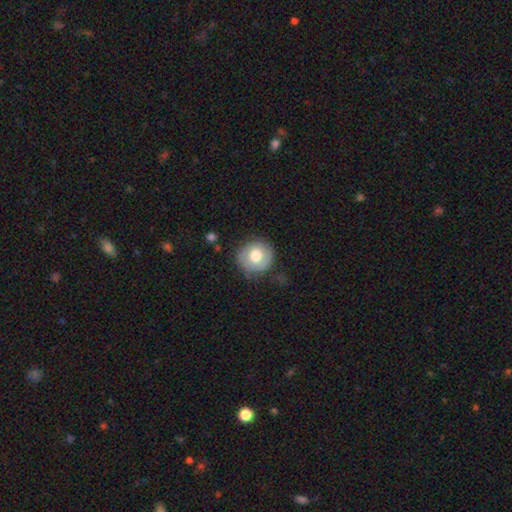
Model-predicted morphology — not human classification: Smooth or featured?
  - smooth: 67% *
  - featured or disk: 25%
  - star or artifact: 8%
How rounded?
  - round: 90% *
  - in between: 9%
  - cigar-shaped: 1%
Merging?
  - none: 78% *
  - minor disturbance: 15%
  - major disturbance: 5%
  - merger: 2%